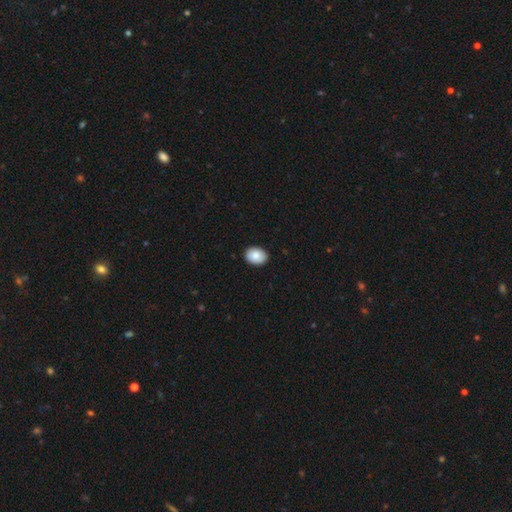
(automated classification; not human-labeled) Smooth or featured? Predicted: smooth (p=0.87). How rounded? Predicted: in between (p=0.70). Merging? Predicted: none (p=0.90).